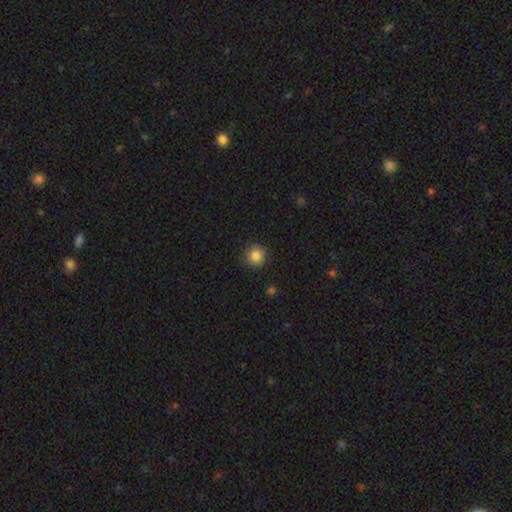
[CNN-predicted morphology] Smooth or featured: smooth — 85% (star or artifact — 10%)
How rounded: round — 94% (in between — 5%)
Merging: none — 89% (minor disturbance — 8%)